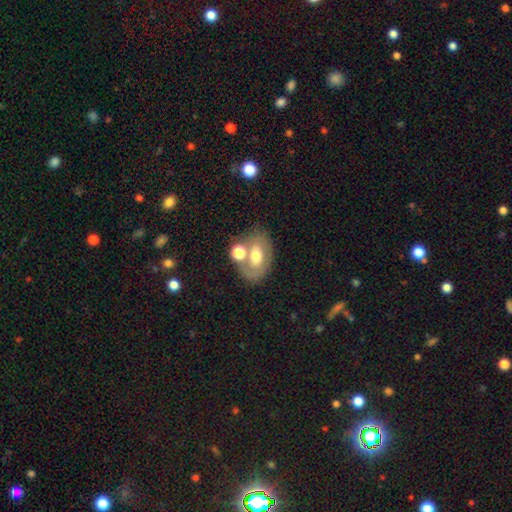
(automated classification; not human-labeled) This is possibly a smooth galaxy (50%). How rounded: likely in between (79%). Merging: possibly none (54%).